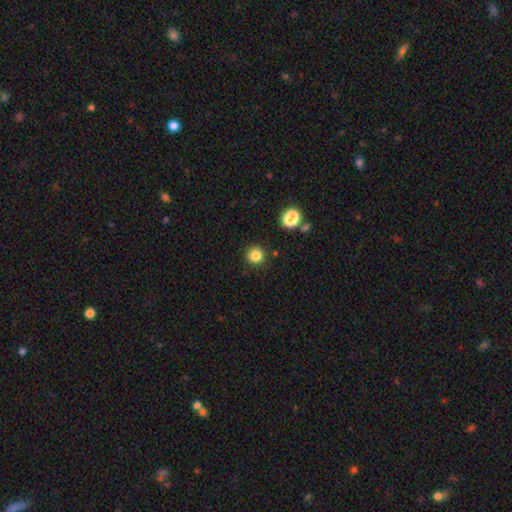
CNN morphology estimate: A smooth galaxy with no disk features (83%) that is round (94%).

Vote fractions:
- Smooth or featured? smooth: 83% / star or artifact: 12% / featured or disk: 5%
- How rounded? round: 94% / in between: 5% / cigar-shaped: 1%
- Merging? none: 89% / minor disturbance: 6% / merger: 2% / major disturbance: 2%